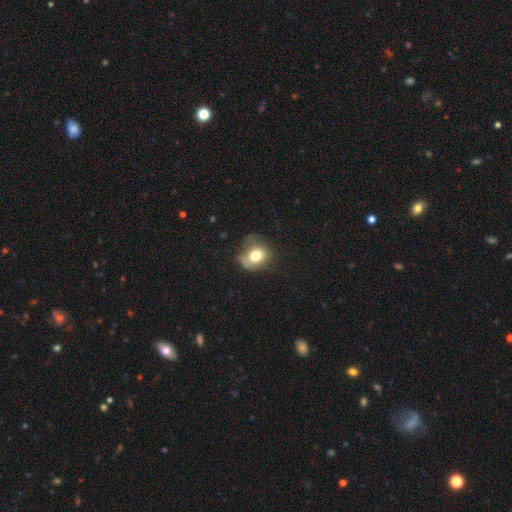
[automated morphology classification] smooth-or-featured: smooth: 72% | featured or disk: 19% | star or artifact: 10%
  how-rounded: round: 58% | in between: 41% | cigar-shaped: 1%
  merging: none: 42% | minor disturbance: 34% | major disturbance: 22% | merger: 3%